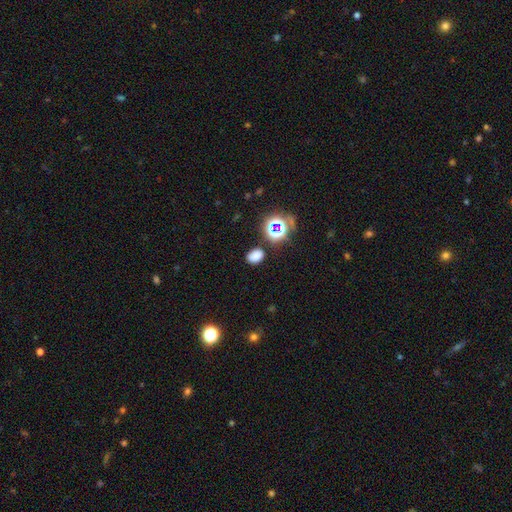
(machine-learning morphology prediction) A smooth galaxy with no disk features (72%) that is in between round and cigar-shaped (72%).

Vote fractions:
- Smooth or featured? smooth: 72% / star or artifact: 22% / featured or disk: 6%
- How rounded? in between: 72% / round: 27% / cigar-shaped: 1%
- Merging? none: 81% / minor disturbance: 11% / merger: 4% / major disturbance: 4%